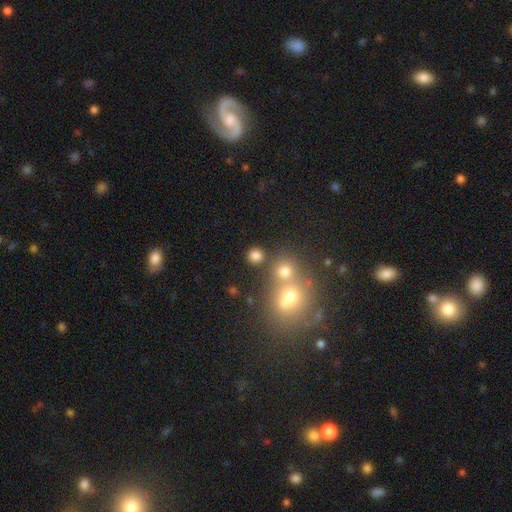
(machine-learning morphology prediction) Q: Smooth or featured?
A: smooth (79%); runner-up: star or artifact (15%)
Q: How rounded?
A: round (89%); runner-up: in between (10%)
Q: Merging?
A: none (76%); runner-up: merger (13%)